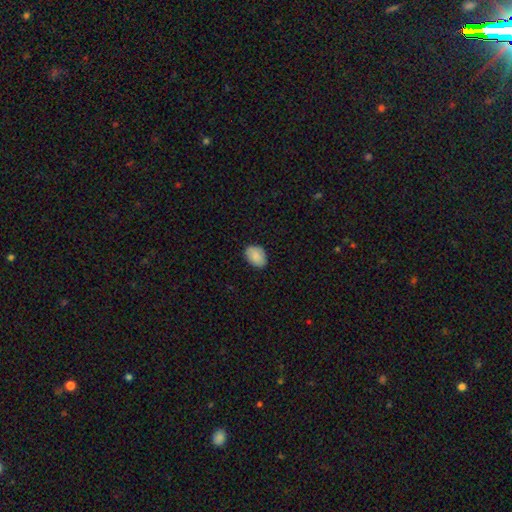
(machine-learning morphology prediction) Overall: smooth (87%). How rounded: in between (81%). Merging: none (85%).